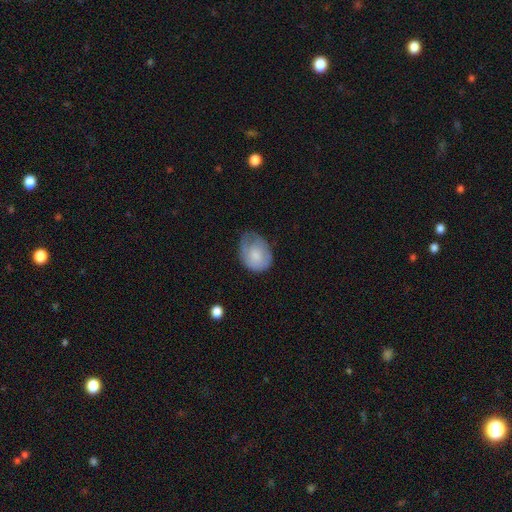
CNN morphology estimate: Smooth or featured? smooth (69%)
How rounded? in between (60%)
Merging? none (41%)